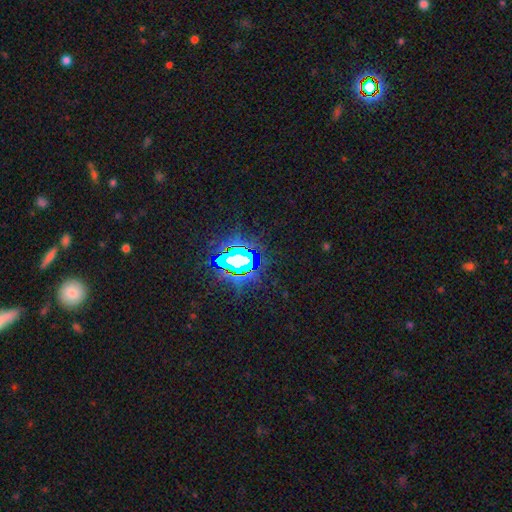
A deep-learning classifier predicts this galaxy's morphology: A star or artifact, not a galaxy (80%).